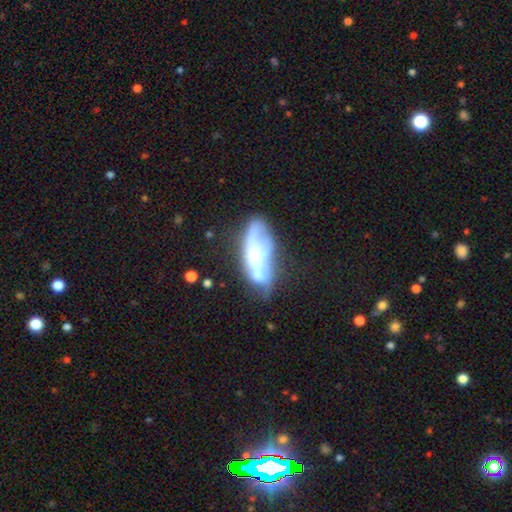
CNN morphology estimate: smooth_or_featured: featured or disk (p=0.53) [alt: smooth p=0.38]
disk_edge_on: no (p=0.78) [alt: yes p=0.22]
merging: none (p=0.33) [alt: minor disturbance p=0.25]